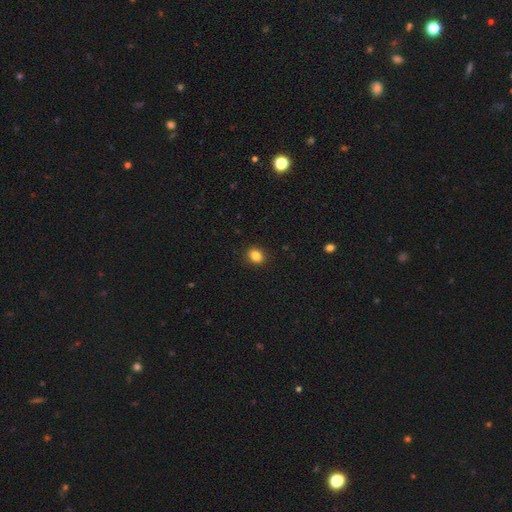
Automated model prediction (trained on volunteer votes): Smooth or featured? Predicted: smooth (p=0.85). How rounded? Predicted: round (p=0.54). Merging? Predicted: none (p=0.90).